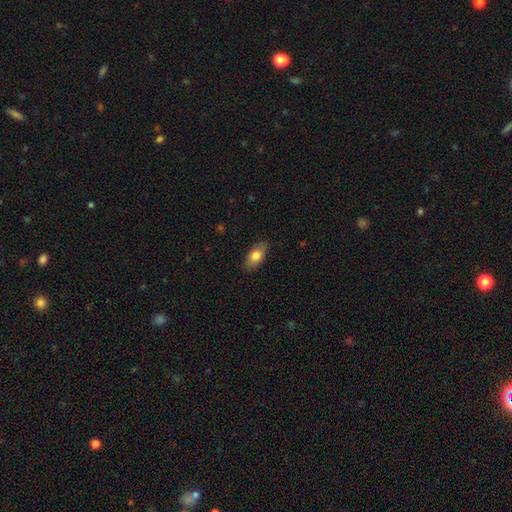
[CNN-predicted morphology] Smooth or featured? smooth (78%)
How rounded? in between (89%)
Merging? none (85%)